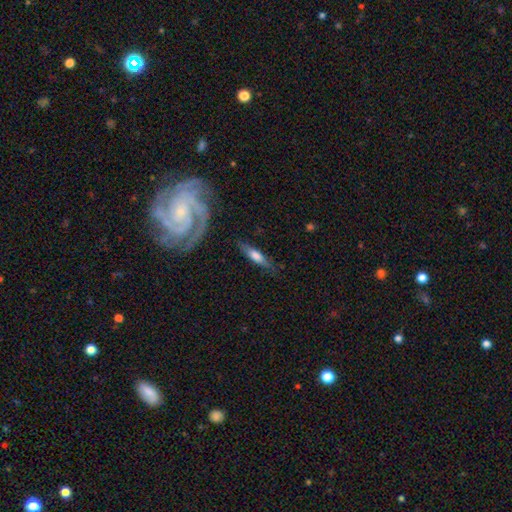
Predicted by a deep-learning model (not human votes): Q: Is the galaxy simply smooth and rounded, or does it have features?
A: smooth — 55%.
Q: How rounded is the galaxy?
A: cigar-shaped — 74%.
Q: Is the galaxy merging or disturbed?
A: none — 78%.